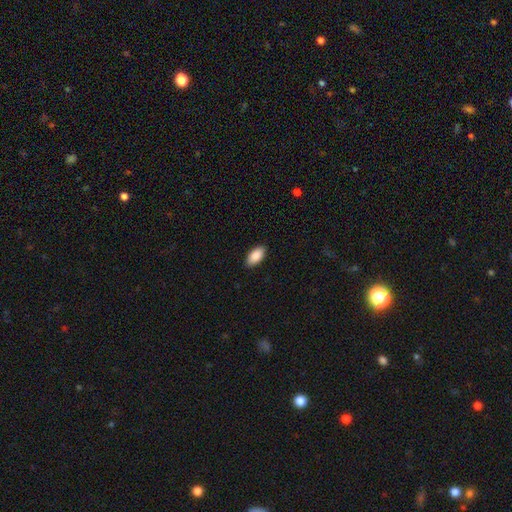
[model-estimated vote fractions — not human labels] This appears to be a smooth galaxy with no disk features (89%) that is in between round and cigar-shaped (94%). Merging: none (89%).